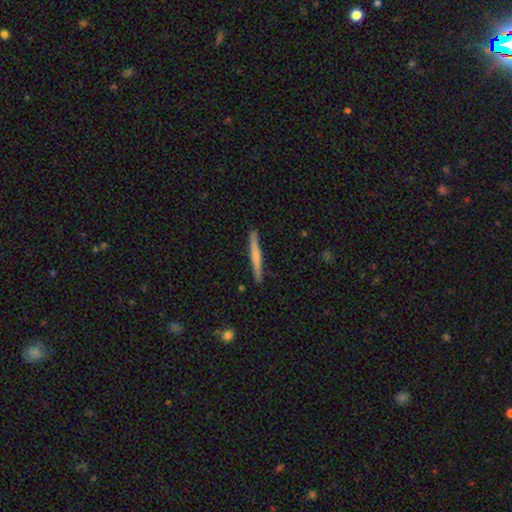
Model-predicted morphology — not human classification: smooth_or_featured: smooth (p=0.54) [alt: featured or disk p=0.40]
how_rounded: cigar-shaped (p=0.96) [alt: in between p=0.02]
merging: none (p=0.90) [alt: minor disturbance p=0.07]